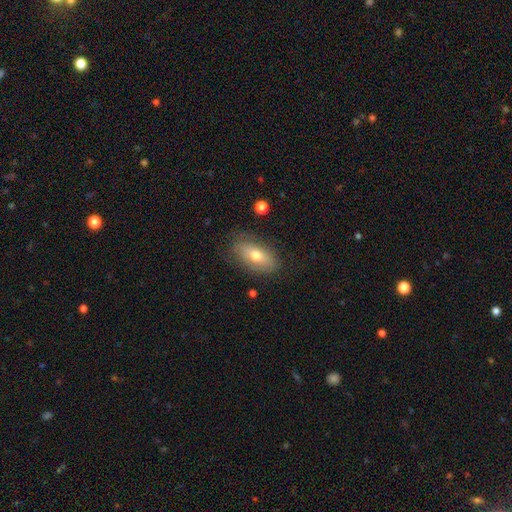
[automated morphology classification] type=smooth (65%); roundness=in between (89%); merging=none (75%).